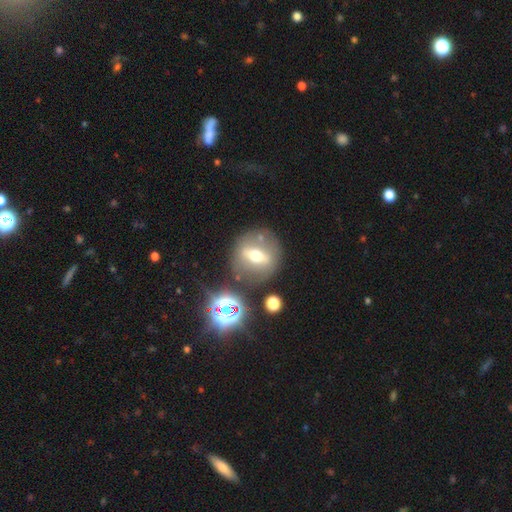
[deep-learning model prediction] Smooth or featured?
  - featured or disk: 58% *
  - smooth: 29%
  - star or artifact: 13%
Edge-on disk?
  - no: 65% *
  - yes: 35%
Merging?
  - none: 76% *
  - minor disturbance: 12%
  - major disturbance: 6%
  - merger: 6%